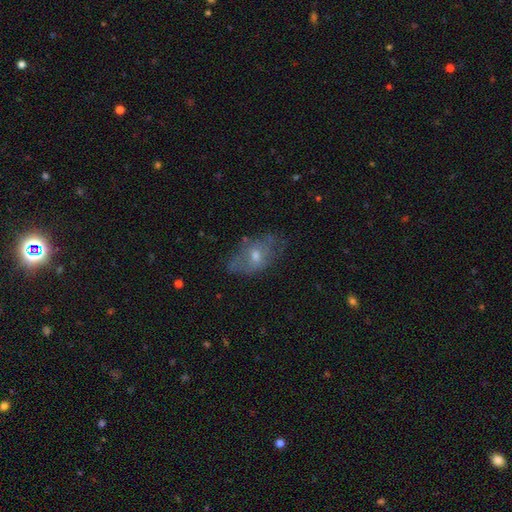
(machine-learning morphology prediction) Smooth or featured? featured or disk (47%)
Merging? none (57%)